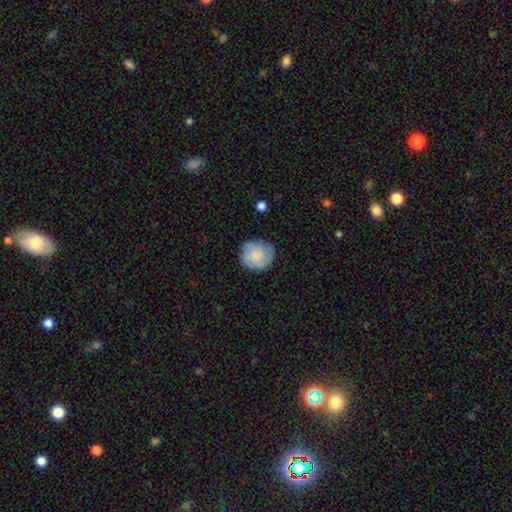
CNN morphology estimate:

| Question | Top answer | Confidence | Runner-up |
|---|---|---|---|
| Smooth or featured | smooth | 51% | featured or disk (41%) |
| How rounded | round | 86% | in between (13%) |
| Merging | none | 77% | minor disturbance (16%) |